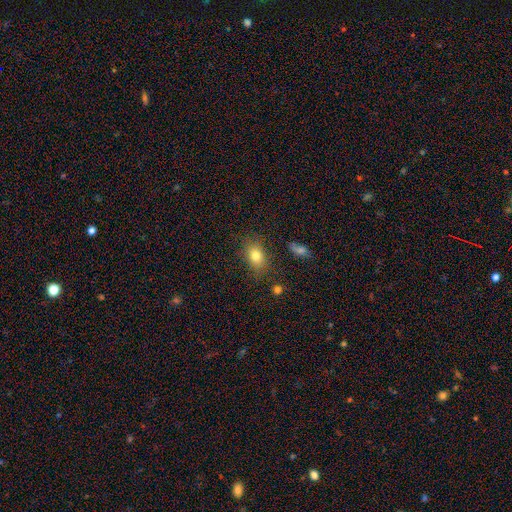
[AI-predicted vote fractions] smooth_or_featured: smooth (p=0.79) [alt: star or artifact p=0.11]
how_rounded: in between (p=0.77) [alt: round p=0.21]
merging: none (p=0.79) [alt: minor disturbance p=0.14]